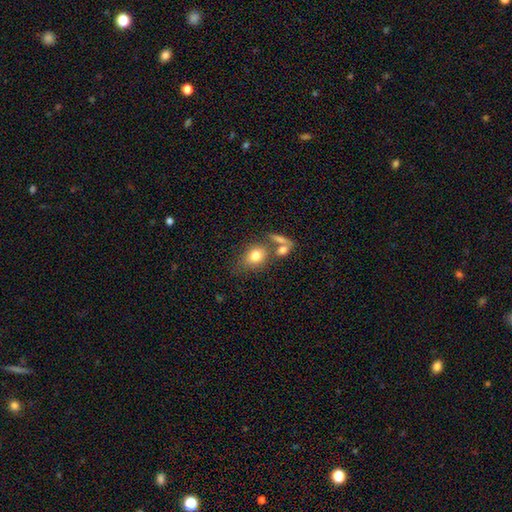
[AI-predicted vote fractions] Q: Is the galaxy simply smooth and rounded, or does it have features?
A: smooth — 78%.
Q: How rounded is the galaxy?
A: in between — 57%.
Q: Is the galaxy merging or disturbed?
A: none — 51%.